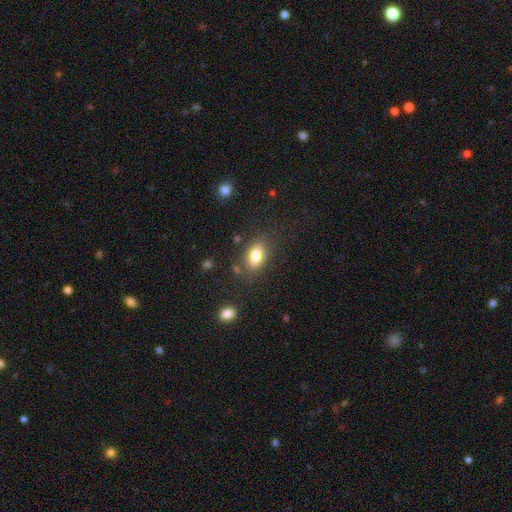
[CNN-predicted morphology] A smooth galaxy with no disk features (80%) that is in between round and cigar-shaped (87%).

Vote fractions:
- Smooth or featured? smooth: 80% / featured or disk: 11% / star or artifact: 8%
- How rounded? in between: 87% / round: 10% / cigar-shaped: 3%
- Merging? none: 80% / minor disturbance: 13% / major disturbance: 4% / merger: 4%